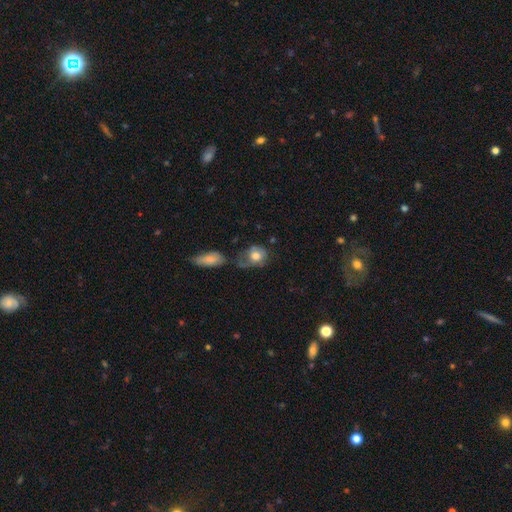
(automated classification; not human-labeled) This is likely a smooth galaxy (68%). How rounded: possibly in between (51%). Merging: marginally none (31%).